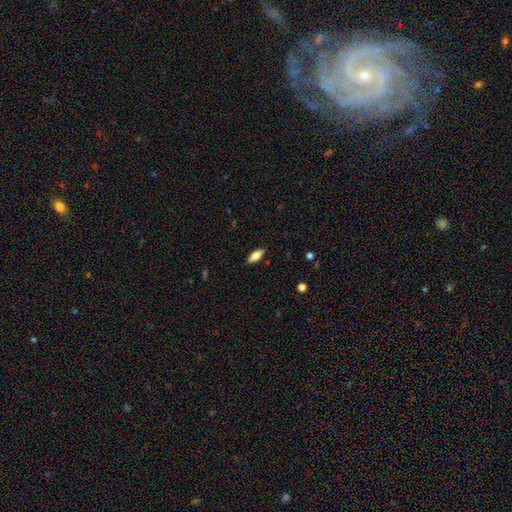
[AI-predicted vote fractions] Overall: smooth (72%). How rounded: in between (76%). Merging: none (88%).